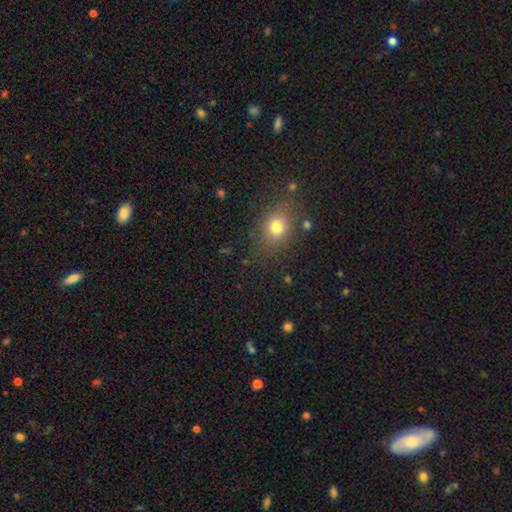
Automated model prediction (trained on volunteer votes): Morphology: type=smooth (66%); roundness=round (60%); merging=none (85%).